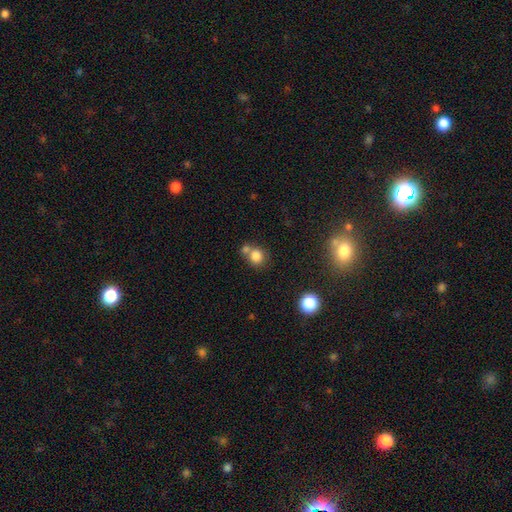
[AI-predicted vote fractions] Smooth or featured? smooth (80%)
How rounded? round (84%)
Merging? none (52%)